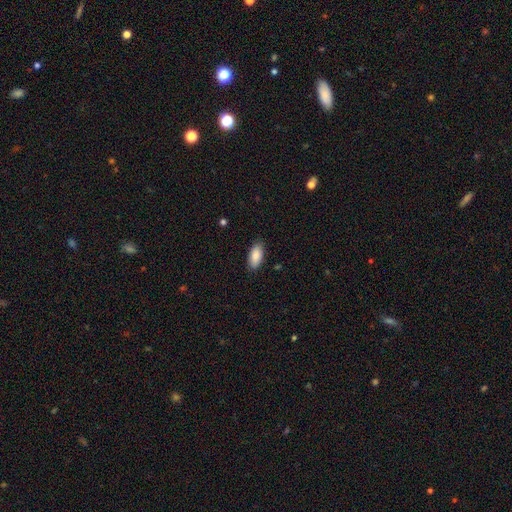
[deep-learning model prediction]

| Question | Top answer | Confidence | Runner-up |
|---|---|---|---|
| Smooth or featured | smooth | 89% | star or artifact (6%) |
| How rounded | in between | 91% | cigar-shaped (7%) |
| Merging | none | 87% | minor disturbance (10%) |